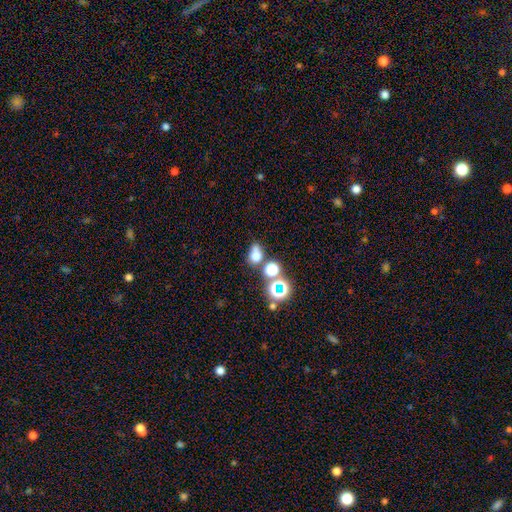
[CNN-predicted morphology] Smooth or featured: smooth — 66% (star or artifact — 22%)
How rounded: round — 52% (in between — 47%)
Merging: none — 47% (merger — 29%)